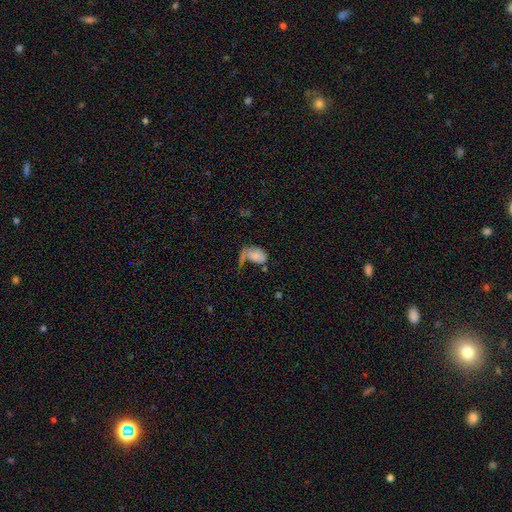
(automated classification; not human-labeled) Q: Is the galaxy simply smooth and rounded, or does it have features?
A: smooth — 65%.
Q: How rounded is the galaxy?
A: in between — 87%.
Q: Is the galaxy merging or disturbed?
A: major disturbance — 34%.